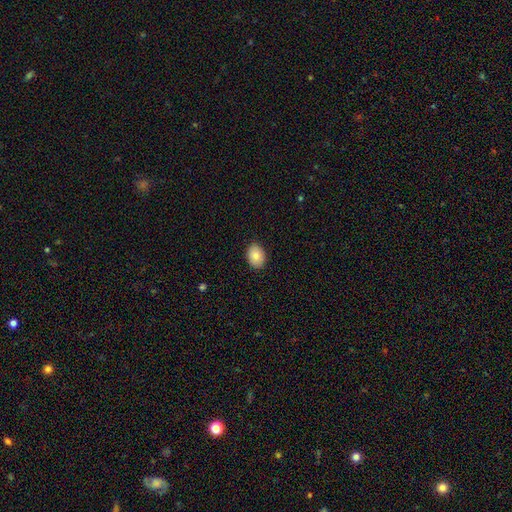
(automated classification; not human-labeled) Q: Smooth or featured?
A: smooth (84%); runner-up: featured or disk (8%)
Q: How rounded?
A: in between (70%); runner-up: round (29%)
Q: Merging?
A: none (88%); runner-up: minor disturbance (9%)